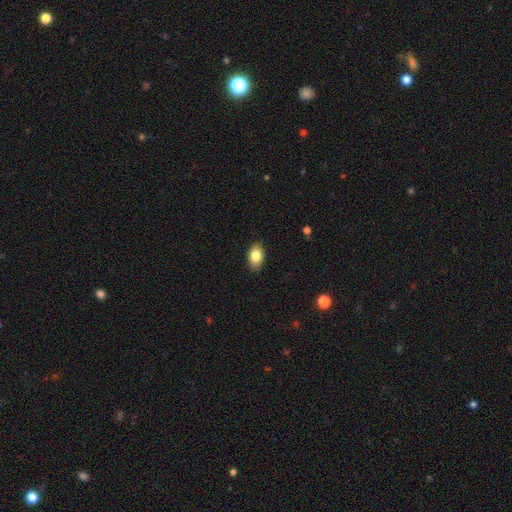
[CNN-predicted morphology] smooth_or_featured: smooth (p=0.83) [alt: featured or disk p=0.09]
how_rounded: in between (p=0.89) [alt: round p=0.09]
merging: none (p=0.88) [alt: minor disturbance p=0.09]